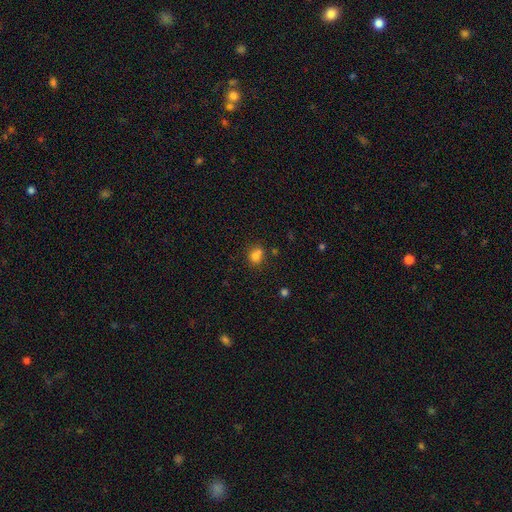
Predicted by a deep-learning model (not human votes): Smooth or featured: smooth — 76% (star or artifact — 14%)
How rounded: round — 62% (in between — 37%)
Merging: none — 52% (merger — 28%)